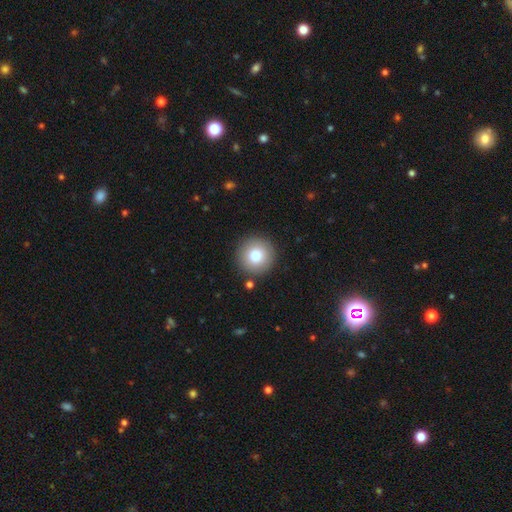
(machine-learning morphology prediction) Smooth or featured: smooth — 78% (featured or disk — 12%)
How rounded: round — 96% (in between — 3%)
Merging: none — 90% (minor disturbance — 6%)